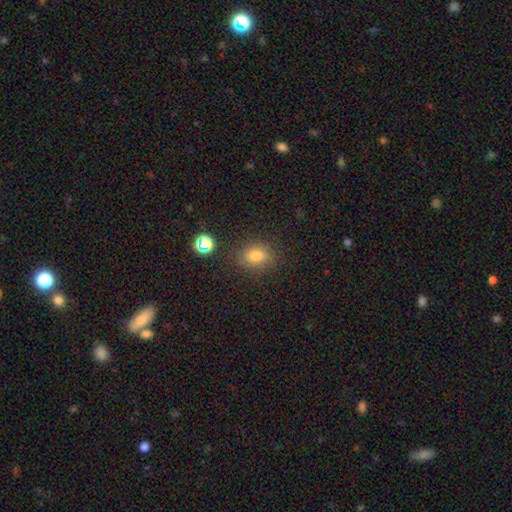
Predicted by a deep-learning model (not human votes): Overall: smooth (78%). How rounded: in between (52%; round 47%). Merging: none (81%).